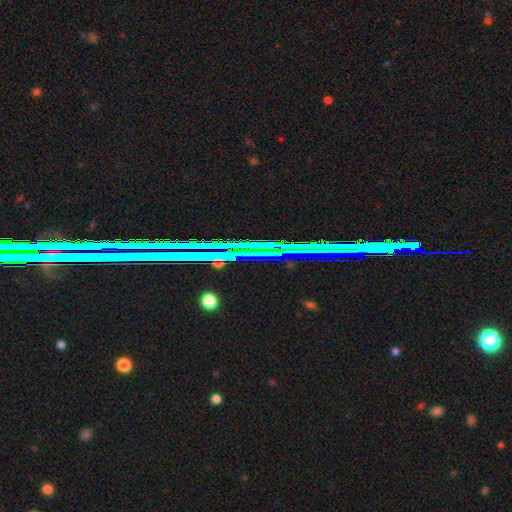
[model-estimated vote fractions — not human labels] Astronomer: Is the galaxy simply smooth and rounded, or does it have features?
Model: star or artifact — 74%.